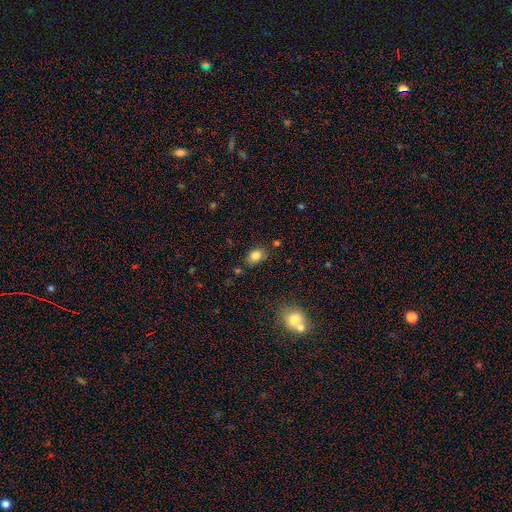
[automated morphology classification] A smooth galaxy with no disk features (82%) that is in between round and cigar-shaped (70%). Merging: none (79%).